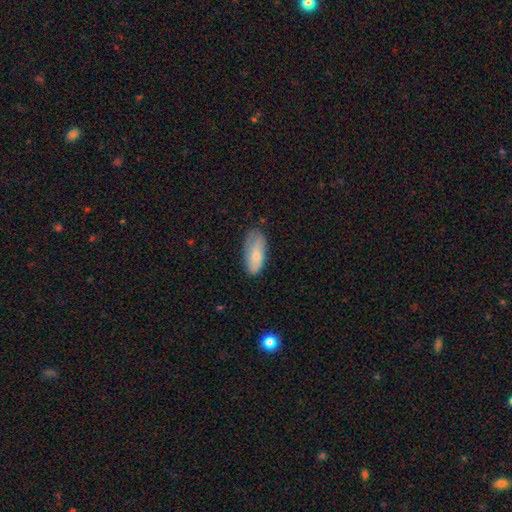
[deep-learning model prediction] smooth-or-featured: smooth: 71% | featured or disk: 22% | star or artifact: 6%
  how-rounded: in between: 83% | cigar-shaped: 15% | round: 2%
  merging: none: 63% | minor disturbance: 28% | major disturbance: 7% | merger: 2%